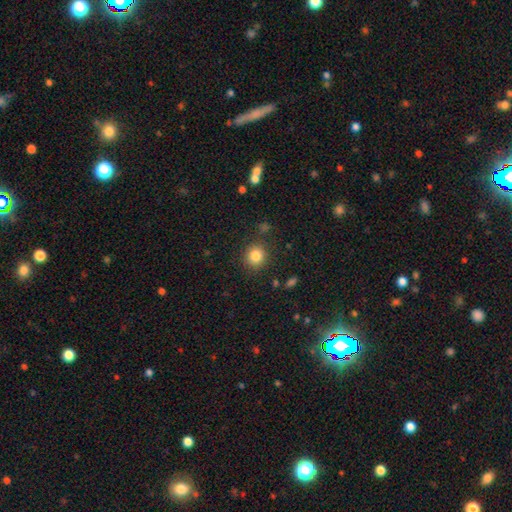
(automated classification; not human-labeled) smooth_or_featured: smooth (p=0.83) [alt: star or artifact p=0.11]
how_rounded: round (p=0.86) [alt: in between p=0.13]
merging: none (p=0.86) [alt: minor disturbance p=0.09]